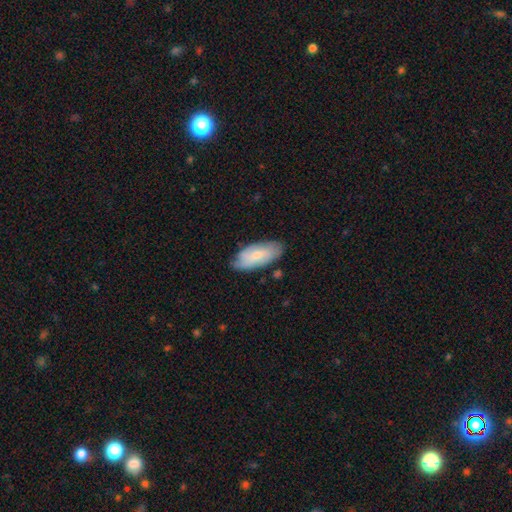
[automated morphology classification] Q: Smooth or featured?
A: smooth (60%); runner-up: featured or disk (34%)
Q: How rounded?
A: in between (88%); runner-up: cigar-shaped (10%)
Q: Merging?
A: none (72%); runner-up: minor disturbance (22%)